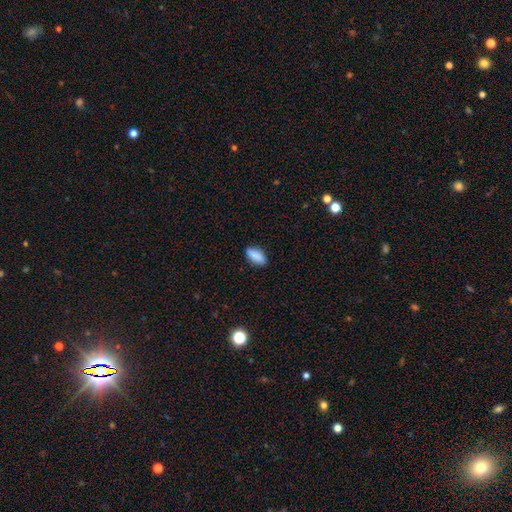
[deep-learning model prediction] Smooth or featured? Predicted: smooth (p=0.87). How rounded? Predicted: in between (p=0.83). Merging? Predicted: none (p=0.84).